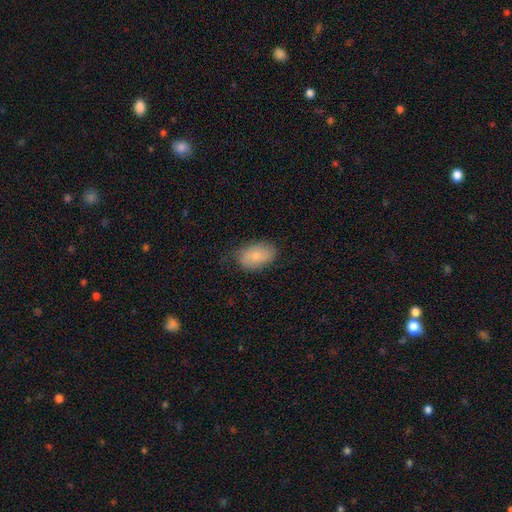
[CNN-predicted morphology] Smooth or featured: smooth — 81% (featured or disk — 12%)
How rounded: in between — 91% (round — 7%)
Merging: none — 73% (minor disturbance — 21%)